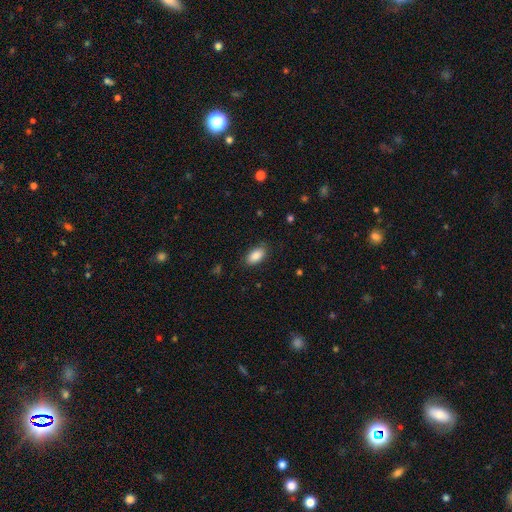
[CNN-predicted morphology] This is clearly a smooth galaxy (88%). How rounded: clearly in between (93%). Merging: clearly none (84%).